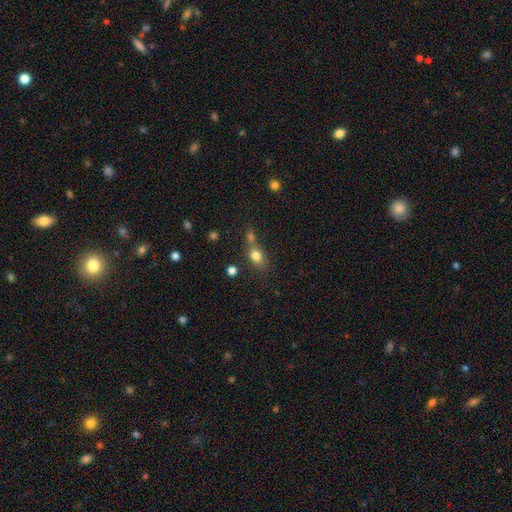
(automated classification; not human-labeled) A smooth galaxy with no disk features (79%) that is in between round and cigar-shaped (56%).

Vote fractions:
- Smooth or featured? smooth: 79% / star or artifact: 12% / featured or disk: 9%
- How rounded? in between: 56% / round: 42% / cigar-shaped: 3%
- Merging? none: 46% / merger: 36% / minor disturbance: 12% / major disturbance: 5%